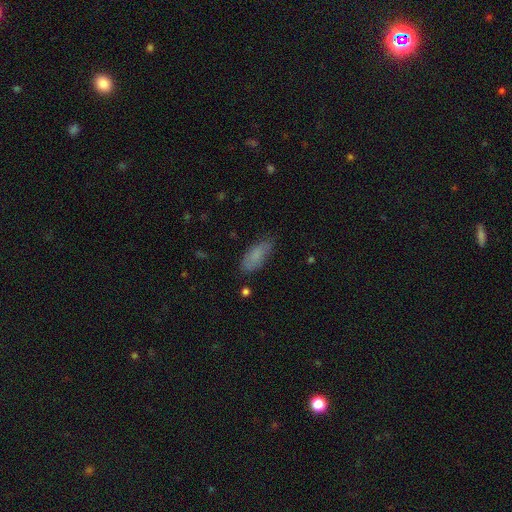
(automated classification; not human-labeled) Smooth or featured? Predicted: smooth (p=0.80). How rounded? Predicted: in between (p=0.77). Merging? Predicted: none (p=0.73).